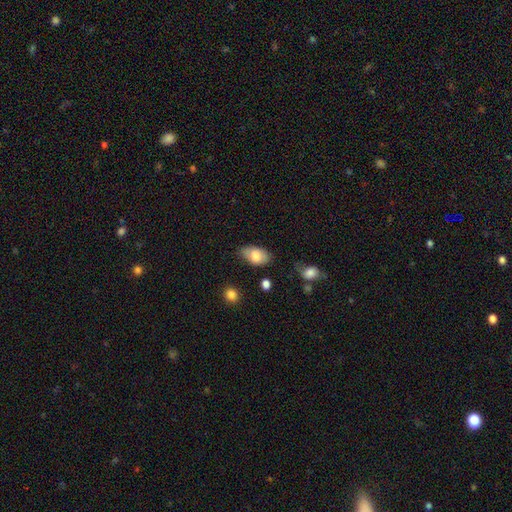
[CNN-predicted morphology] type=smooth (75%); roundness=in between (93%); merging=none (72%).